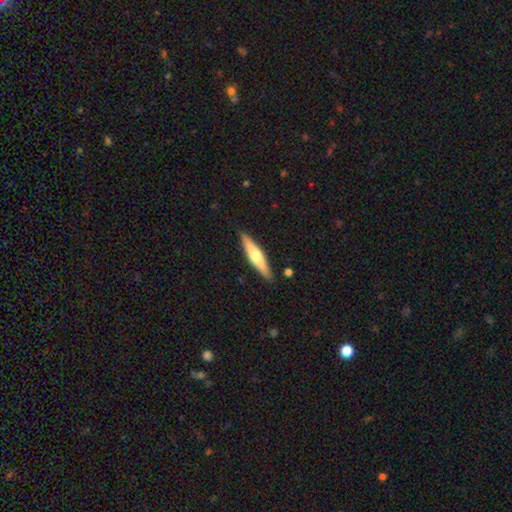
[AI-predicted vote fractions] Smooth or featured? featured or disk (50%)
Edge-on disk? yes (93%)
Merging? none (88%)